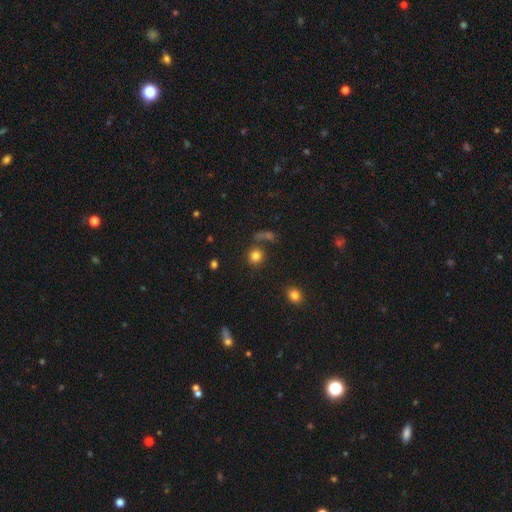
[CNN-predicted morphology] smooth-or-featured: smooth: 81% | star or artifact: 12% | featured or disk: 7%
  how-rounded: round: 88% | in between: 10% | cigar-shaped: 1%
  merging: none: 76% | merger: 10% | minor disturbance: 9% | major disturbance: 5%